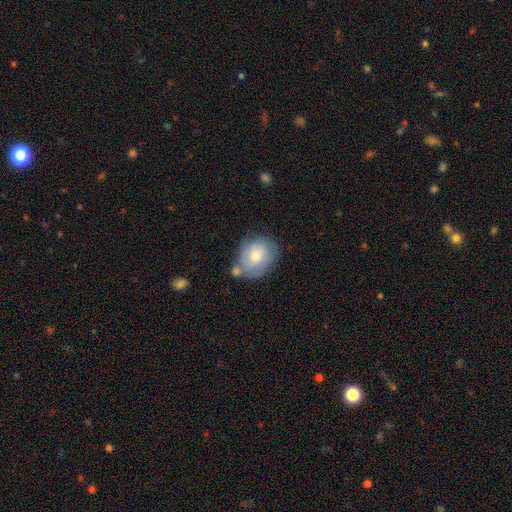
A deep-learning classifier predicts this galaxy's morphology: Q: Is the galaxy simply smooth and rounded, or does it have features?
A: smooth — 68%.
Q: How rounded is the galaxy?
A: round — 51%.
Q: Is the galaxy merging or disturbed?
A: none — 49%.